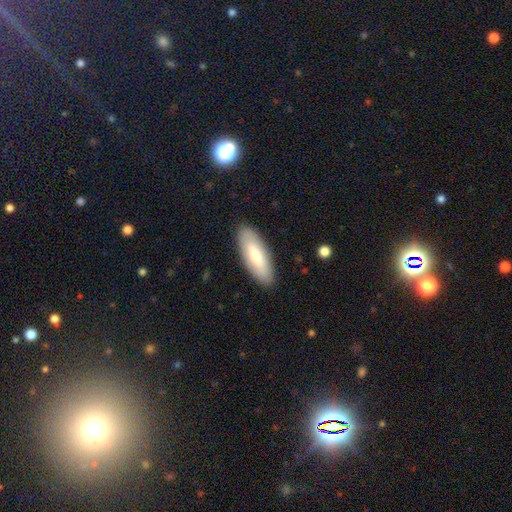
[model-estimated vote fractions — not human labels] smooth_or_featured: smooth (p=0.76) [alt: featured or disk p=0.18]
how_rounded: in between (p=0.66) [alt: cigar-shaped p=0.32]
merging: none (p=0.88) [alt: minor disturbance p=0.09]